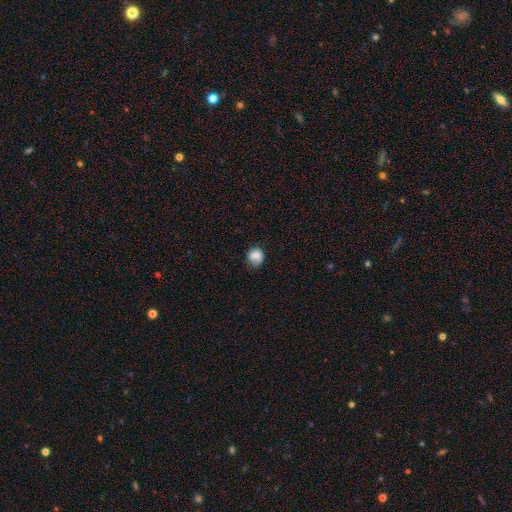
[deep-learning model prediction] smooth_or_featured: smooth (p=0.77) [alt: featured or disk p=0.14]
how_rounded: round (p=0.77) [alt: in between p=0.22]
merging: none (p=0.63) [alt: minor disturbance p=0.27]